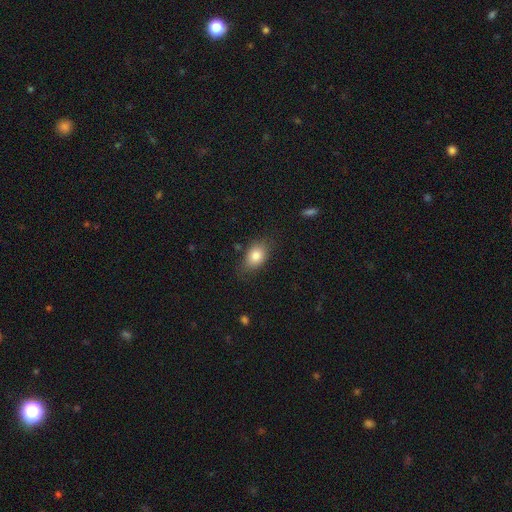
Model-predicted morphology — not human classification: type=smooth (82%); roundness=in between (82%); merging=none (73%).